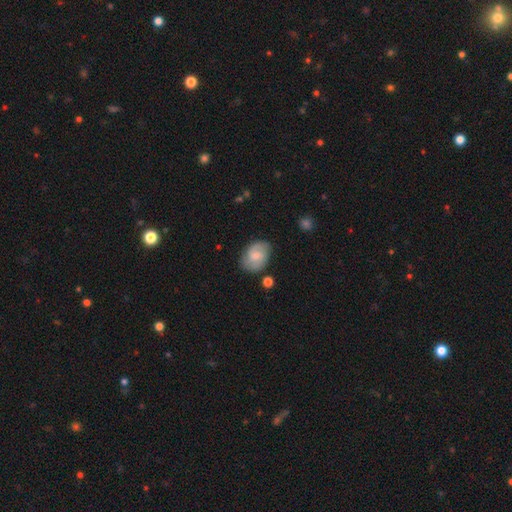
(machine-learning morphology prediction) Smooth or featured: featured or disk — 58% (smooth — 35%)
Edge-on disk: no — 97% (yes — 3%)
Bar: weak — 51% (no — 41%)
Spiral arms: yes — 90% (no — 10%)
Spiral winding: medium — 48% (tight — 33%)
Spiral arm count: 2 — 80% (can't tell — 12%)
Bulge size: small — 41% (moderate — 37%)
Merging: none — 75% (minor disturbance — 18%)